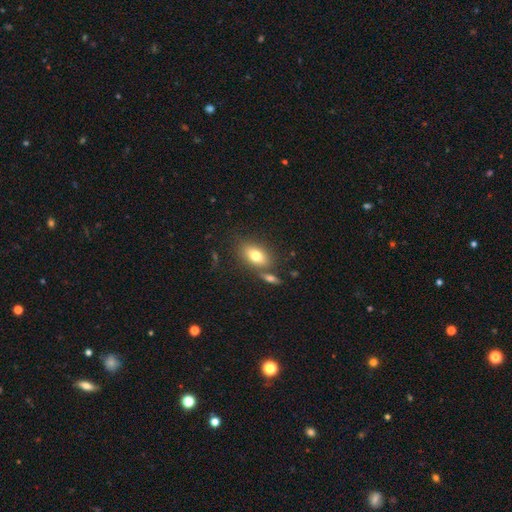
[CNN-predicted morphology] This appears to be a smooth galaxy with no disk features (75%) that is in between round and cigar-shaped (85%). Merging: none (66%).